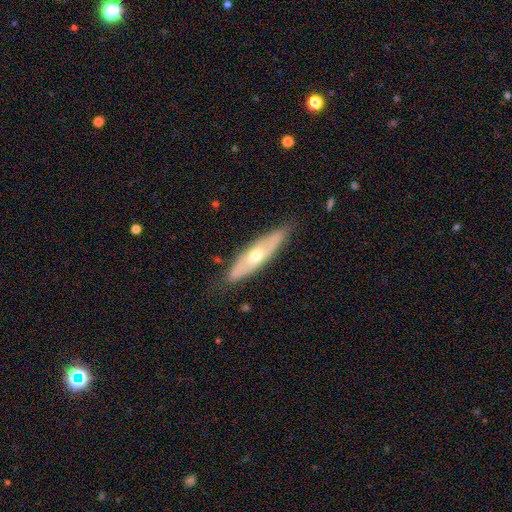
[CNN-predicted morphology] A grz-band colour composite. It shows a featured or disk galaxy (55%) viewed edge-on (54%). Merging: none (79%).